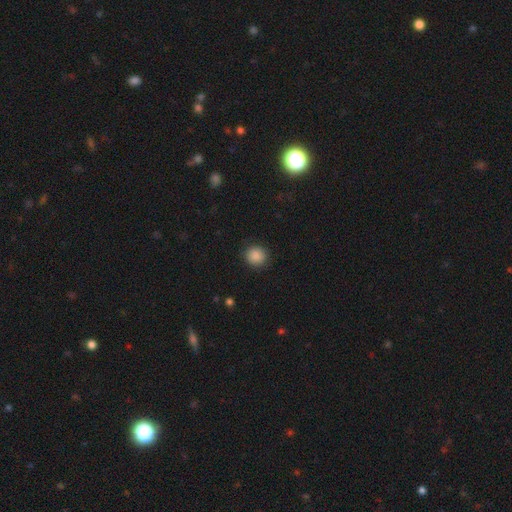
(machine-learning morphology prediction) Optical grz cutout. It shows a smooth galaxy with no disk features (87%) that is round (87%). Merging: none (89%).